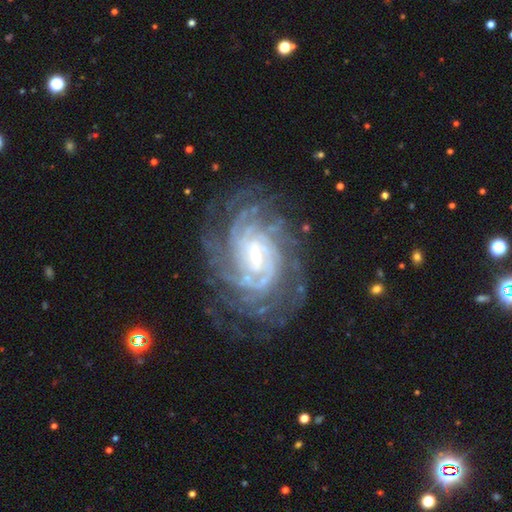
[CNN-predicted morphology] Smooth or featured?
  - featured or disk: 90% *
  - star or artifact: 6%
  - smooth: 4%
Edge-on disk?
  - no: 97% *
  - yes: 3%
Bar?
  - weak: 50% *
  - no: 29%
  - strong: 22%
Spiral arms?
  - yes: 98% *
  - no: 2%
Spiral winding?
  - tight: 75% *
  - medium: 21%
  - loose: 4%
Spiral arm count?
  - can't tell: 27% *
  - 4: 23%
  - more than 4: 22%
  - 3: 12%
  - 2: 10%
  - 1: 7%
Bulge size?
  - small: 61% *
  - moderate: 30%
  - none: 4%
  - large: 4%
  - dominant: 1%
Merging?
  - none: 75% *
  - minor disturbance: 16%
  - major disturbance: 8%
  - merger: 2%